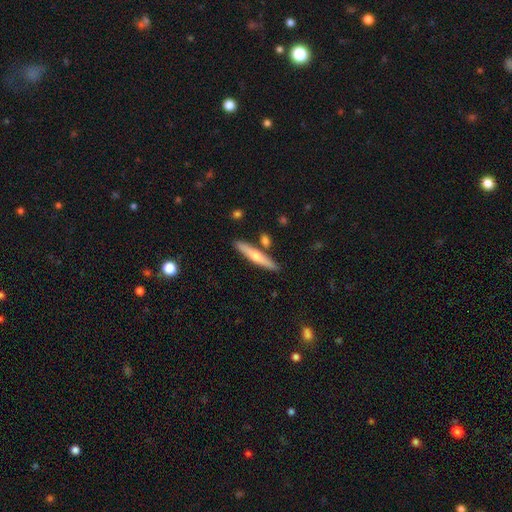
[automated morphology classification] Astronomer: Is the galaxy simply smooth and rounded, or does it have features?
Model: smooth — 54% (runner-up: featured or disk, 40%).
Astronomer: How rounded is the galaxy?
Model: cigar-shaped — 92%.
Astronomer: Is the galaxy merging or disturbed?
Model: none — 84%.